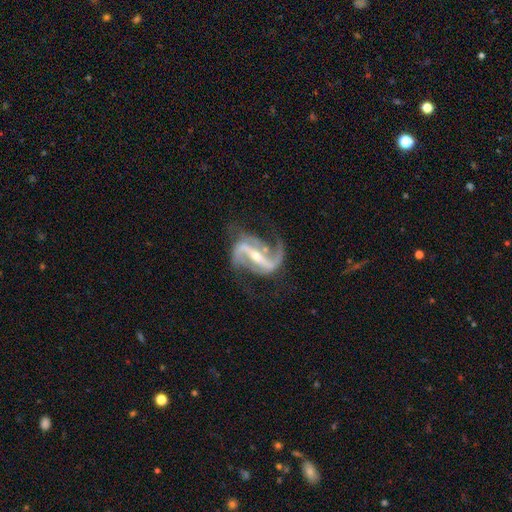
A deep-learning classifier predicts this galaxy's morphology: Overall: featured or disk (92%). Edge-on disk: no (95%). Bar: strong (75%). Spiral arms: yes (97%). Spiral arm count: 2 (89%). Spiral winding: loose (53%; medium 37%). Bulge size: small (60%; moderate 36%). Merging: none (66%).